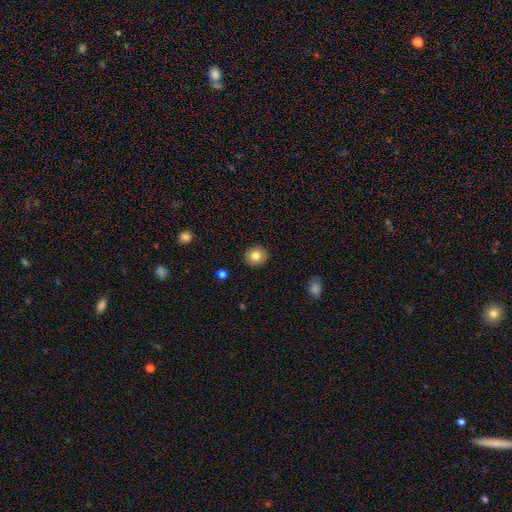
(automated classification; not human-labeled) Smooth or featured: smooth — 82% (featured or disk — 9%)
How rounded: round — 78% (in between — 21%)
Merging: none — 91% (minor disturbance — 6%)